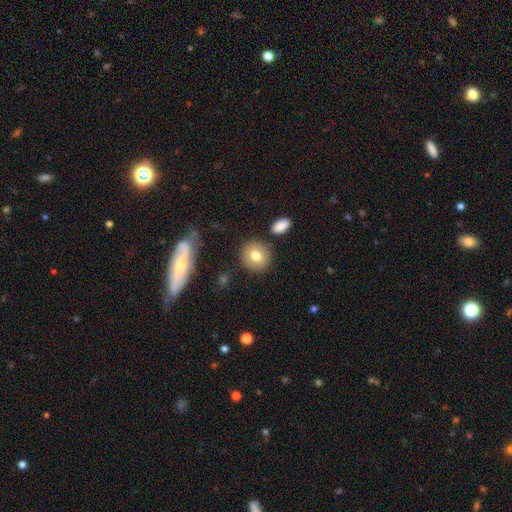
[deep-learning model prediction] Smooth or featured? Predicted: smooth (p=0.76). How rounded? Predicted: round (p=0.84). Merging? Predicted: none (p=0.85).